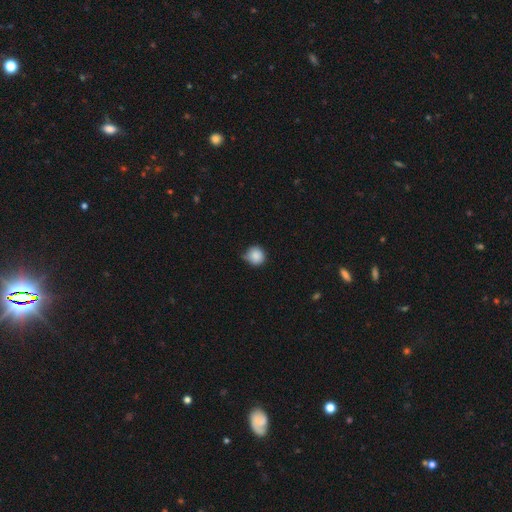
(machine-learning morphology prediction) smooth 87%, star or artifact 9%, featured or disk 4%. Down the decision tree: how rounded — round (92%); merging — none (62%).